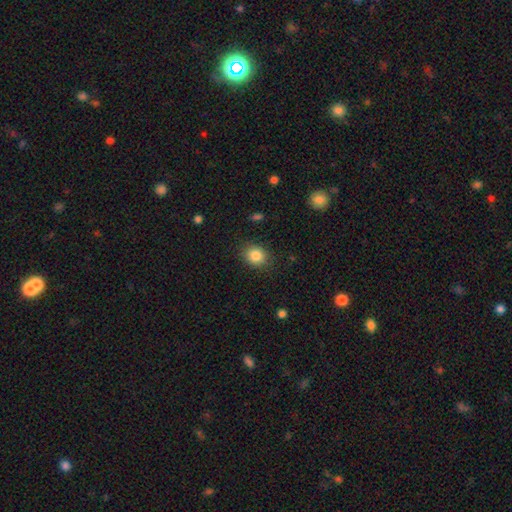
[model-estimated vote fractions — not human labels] Morphology: type=smooth (85%); roundness=round (68%); merging=none (86%).